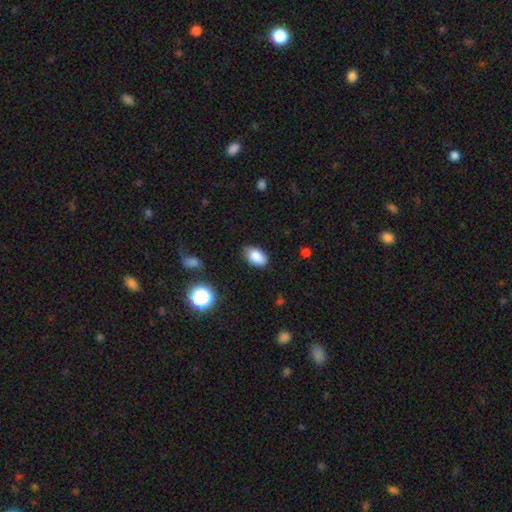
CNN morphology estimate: smooth 86%, star or artifact 9%, featured or disk 5%. Down the decision tree: how rounded — in between (91%); merging — none (80%).